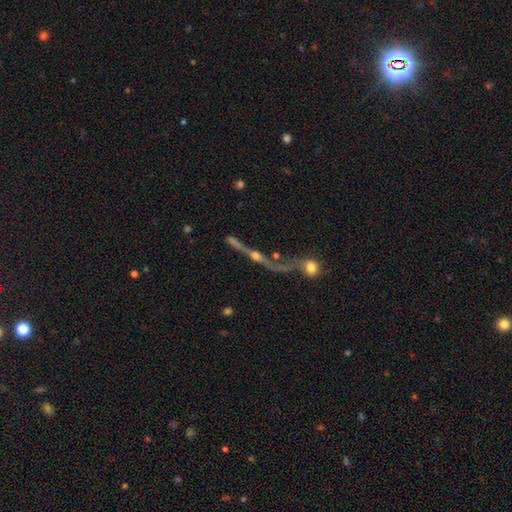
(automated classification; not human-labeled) This appears to be a featured or disk galaxy (69%) viewed edge-on (67%). Merging: merger (41%).